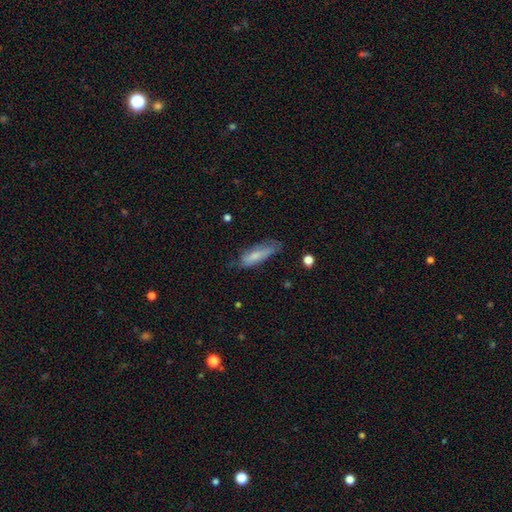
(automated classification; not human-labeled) The model was most divided on "how rounded": cigar-shaped: 52%, in between: 46%, round: 2%. More confident: smooth or featured — smooth (69%); merging — none (62%).